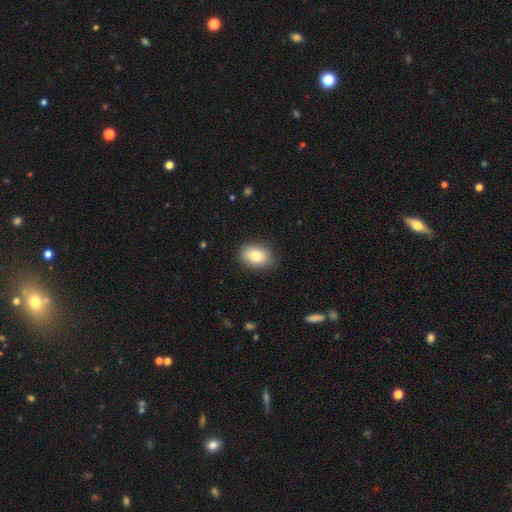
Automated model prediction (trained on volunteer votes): smooth-or-featured: smooth: 81% | featured or disk: 11% | star or artifact: 8%
  how-rounded: in between: 79% | round: 20% | cigar-shaped: 1%
  merging: none: 86% | minor disturbance: 10% | major disturbance: 2% | merger: 1%